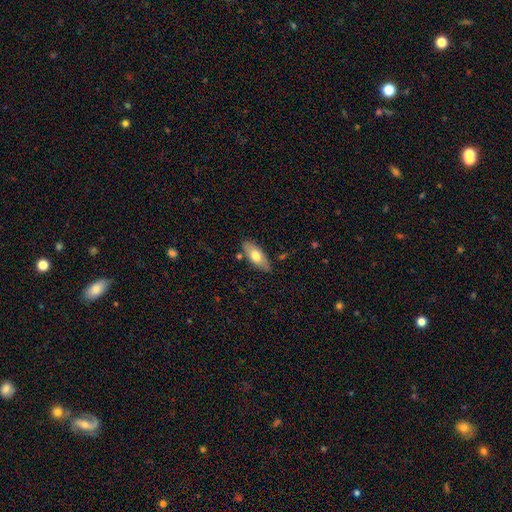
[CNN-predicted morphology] A smooth galaxy with no disk features (67%) that is in between round and cigar-shaped (84%). Merging: none (80%).